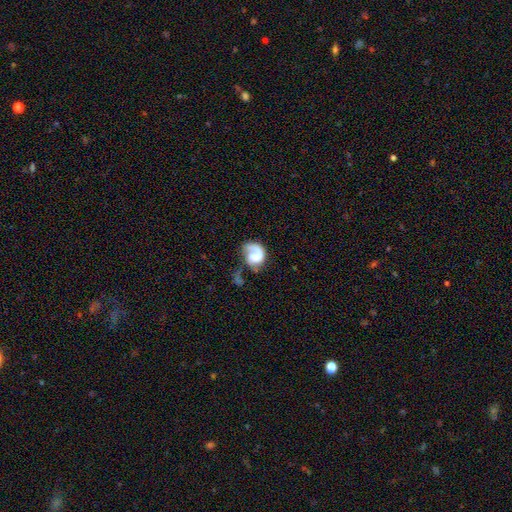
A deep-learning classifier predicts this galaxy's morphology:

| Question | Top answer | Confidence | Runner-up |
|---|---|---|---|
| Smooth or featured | featured or disk | 72% | smooth (21%) |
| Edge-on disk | no | 98% | yes (2%) |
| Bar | no | 63% | weak (29%) |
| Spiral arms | yes | 89% | no (11%) |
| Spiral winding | loose | 40% | medium (35%) |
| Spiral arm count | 1 | 77% | 2 (16%) |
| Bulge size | large | 27% | moderate (26%) |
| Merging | major disturbance | 38% | none (36%) |